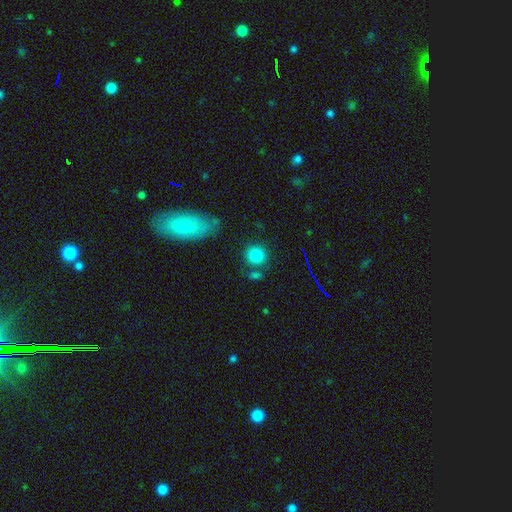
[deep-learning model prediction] Q: Smooth or featured?
A: smooth (83%); runner-up: star or artifact (11%)
Q: How rounded?
A: round (87%); runner-up: in between (11%)
Q: Merging?
A: none (74%); runner-up: merger (11%)